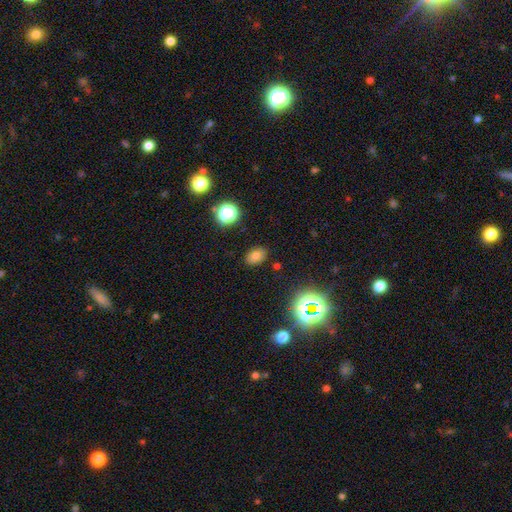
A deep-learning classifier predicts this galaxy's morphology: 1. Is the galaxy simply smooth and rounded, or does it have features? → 73% smooth, 18% star or artifact, 9% featured or disk.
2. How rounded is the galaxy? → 77% in between, 21% round, 1% cigar-shaped.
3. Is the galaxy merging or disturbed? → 86% none, 9% minor disturbance, 3% major disturbance, 2% merger.